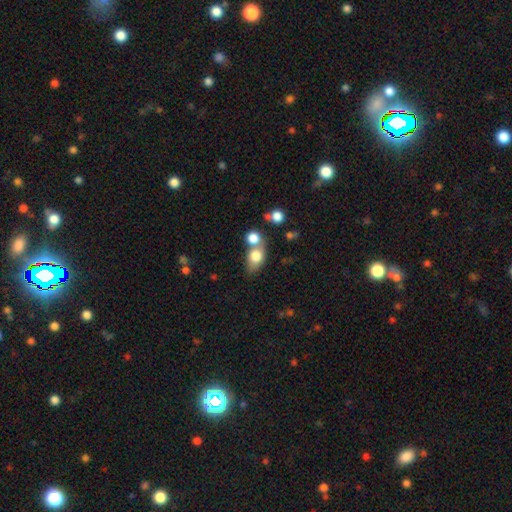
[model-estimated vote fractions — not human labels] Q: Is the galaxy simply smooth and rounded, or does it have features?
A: smooth — 76%.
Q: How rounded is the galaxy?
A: in between — 64%.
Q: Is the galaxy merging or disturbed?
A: merger — 43%.